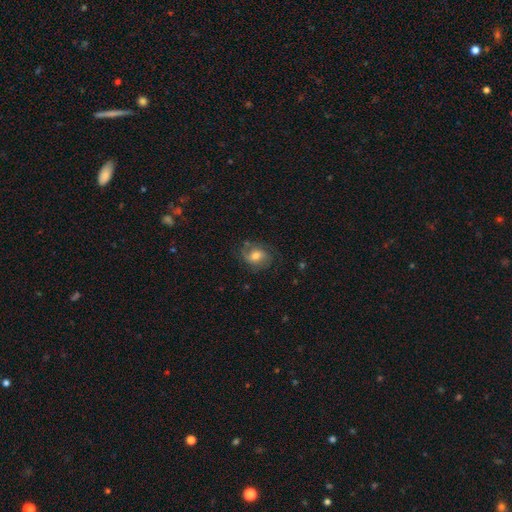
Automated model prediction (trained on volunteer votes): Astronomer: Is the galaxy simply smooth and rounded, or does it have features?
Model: featured or disk — 47% (runner-up: smooth, 44%).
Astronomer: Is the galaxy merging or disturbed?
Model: none — 66%.